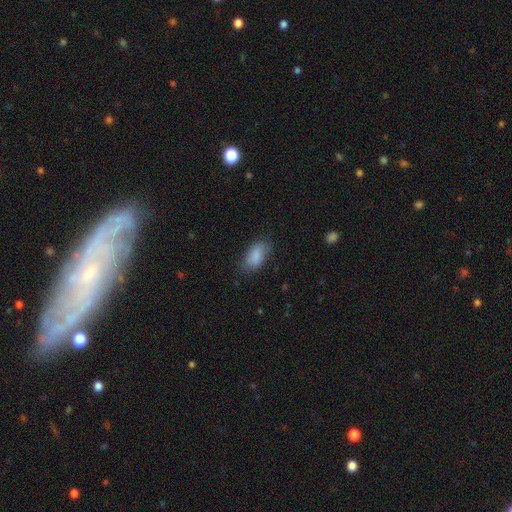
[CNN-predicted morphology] The model was most divided on "merging": none: 69%, minor disturbance: 23%, major disturbance: 7%, merger: 2%. More confident: how rounded — in between (91%); smooth or featured — smooth (84%).